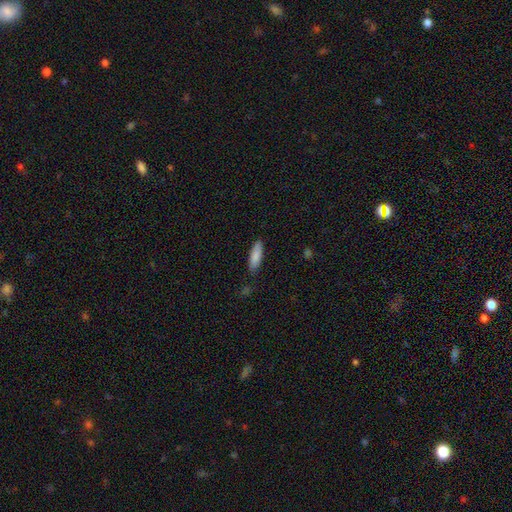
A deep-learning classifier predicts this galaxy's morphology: This is clearly a smooth galaxy (86%). How rounded: possibly cigar-shaped (54%). Merging: clearly none (84%).